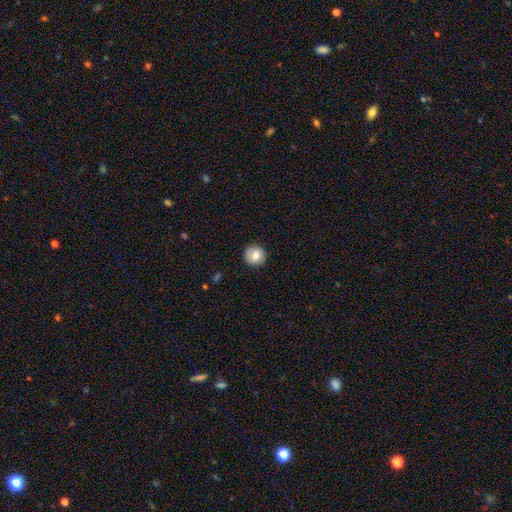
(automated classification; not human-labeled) Smooth or featured: smooth — 76% (featured or disk — 16%)
How rounded: round — 92% (in between — 7%)
Merging: none — 88% (minor disturbance — 9%)